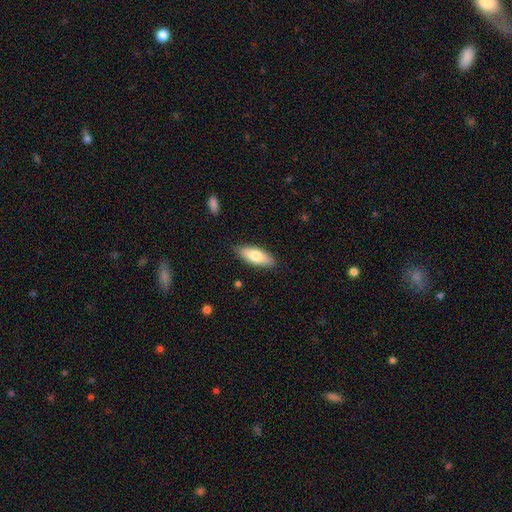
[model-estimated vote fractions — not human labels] Q: Smooth or featured?
A: smooth (76%); runner-up: featured or disk (18%)
Q: How rounded?
A: in between (77%); runner-up: cigar-shaped (21%)
Q: Merging?
A: none (87%); runner-up: minor disturbance (10%)